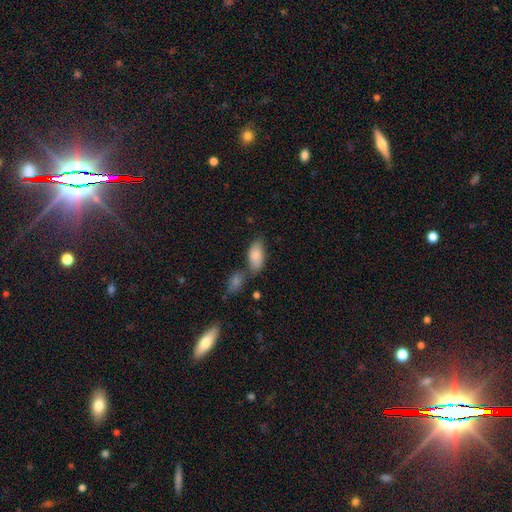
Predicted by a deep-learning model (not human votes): smooth_or_featured: smooth (p=0.82) [alt: featured or disk p=0.12]
how_rounded: in between (p=0.92) [alt: cigar-shaped p=0.05]
merging: none (p=0.53) [alt: merger p=0.26]